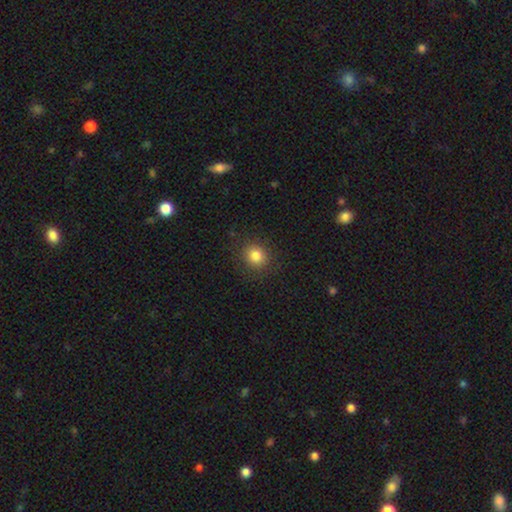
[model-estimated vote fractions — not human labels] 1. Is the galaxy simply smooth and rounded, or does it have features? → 83% smooth, 12% star or artifact, 6% featured or disk.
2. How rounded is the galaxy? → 86% round, 13% in between, 1% cigar-shaped.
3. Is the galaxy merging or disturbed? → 89% none, 7% minor disturbance, 3% major disturbance, 1% merger.